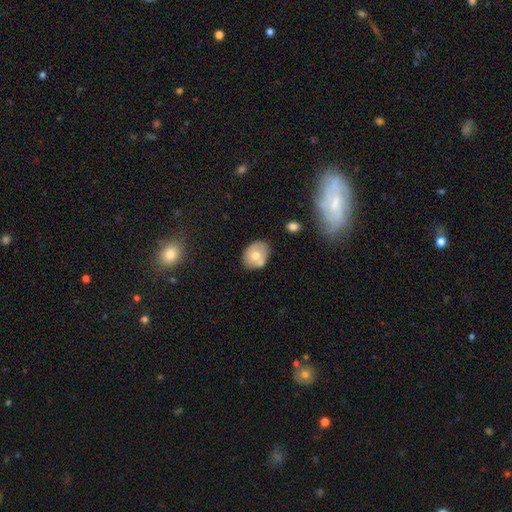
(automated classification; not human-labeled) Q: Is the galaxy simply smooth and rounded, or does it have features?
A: smooth — 66%.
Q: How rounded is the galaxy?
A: in between — 60%.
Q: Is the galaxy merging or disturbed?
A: none — 67%.